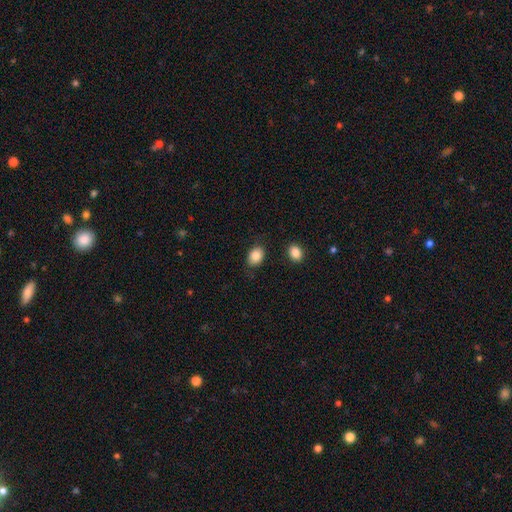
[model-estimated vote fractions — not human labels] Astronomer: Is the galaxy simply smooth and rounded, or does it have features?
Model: smooth — 86%.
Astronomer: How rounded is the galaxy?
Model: in between — 71%.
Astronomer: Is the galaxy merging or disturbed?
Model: none — 81%.